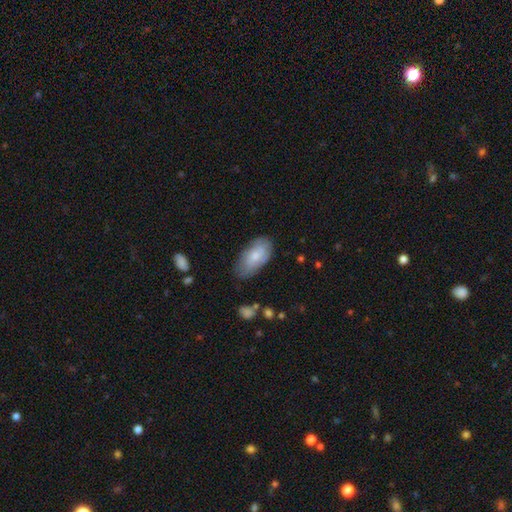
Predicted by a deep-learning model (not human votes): Q: Smooth or featured?
A: smooth (71%); runner-up: featured or disk (24%)
Q: How rounded?
A: in between (93%); runner-up: cigar-shaped (5%)
Q: Merging?
A: none (68%); runner-up: minor disturbance (24%)